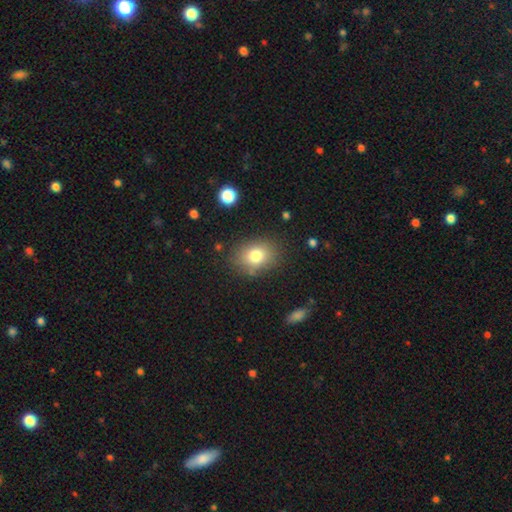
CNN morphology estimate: Smooth or featured? smooth (78%)
How rounded? in between (59%)
Merging? none (81%)